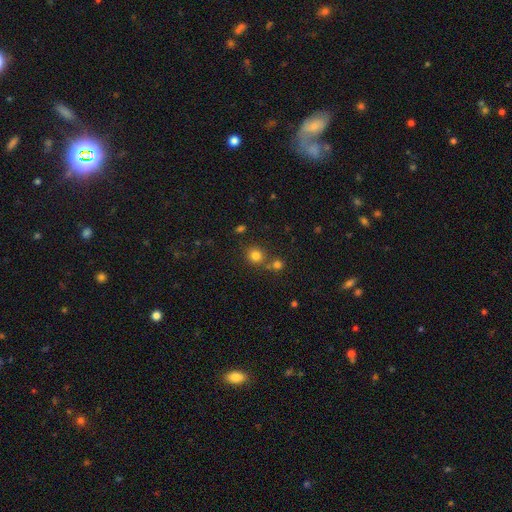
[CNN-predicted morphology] smooth_or_featured: smooth (p=0.79) [alt: star or artifact p=0.15]
how_rounded: round (p=0.86) [alt: in between p=0.13]
merging: none (p=0.67) [alt: merger p=0.21]